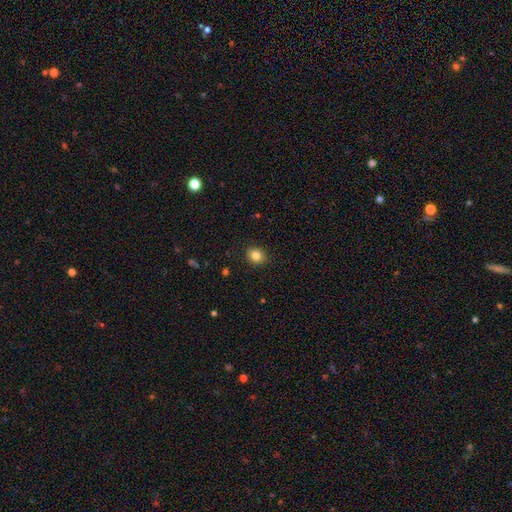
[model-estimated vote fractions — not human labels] A smooth galaxy with no disk features (83%) that is round (80%). Merging: none (91%).